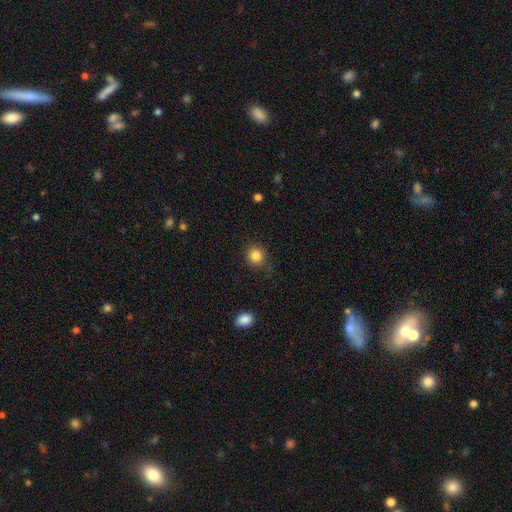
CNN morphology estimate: smooth 85%, star or artifact 11%, featured or disk 4%. Down the decision tree: how rounded — round (90%); merging — none (83%).